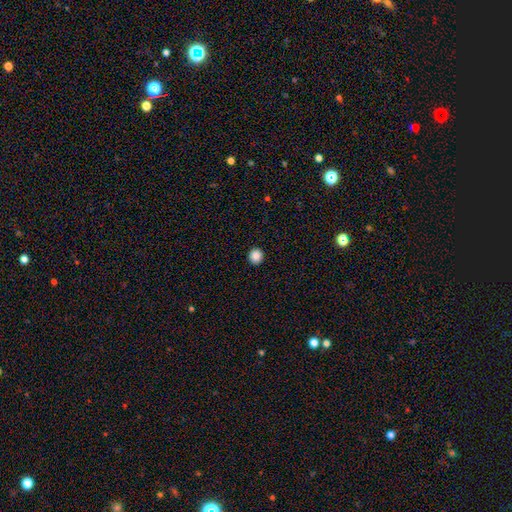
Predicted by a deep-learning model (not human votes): Morphology: type=smooth (88%); roundness=round (95%); merging=none (94%).